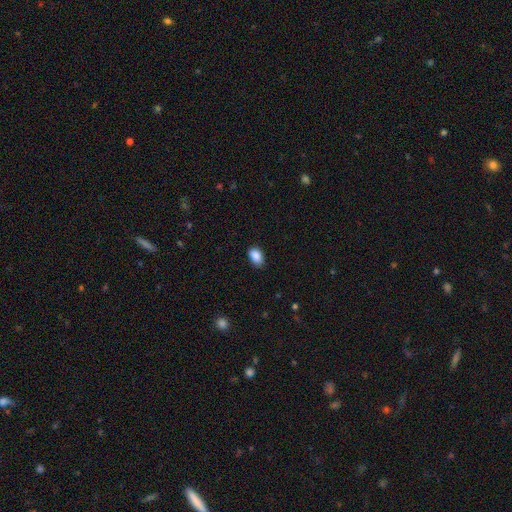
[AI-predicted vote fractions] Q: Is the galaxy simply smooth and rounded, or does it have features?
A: smooth — 89%.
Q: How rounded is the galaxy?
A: in between — 89%.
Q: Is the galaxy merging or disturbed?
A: none — 83%.